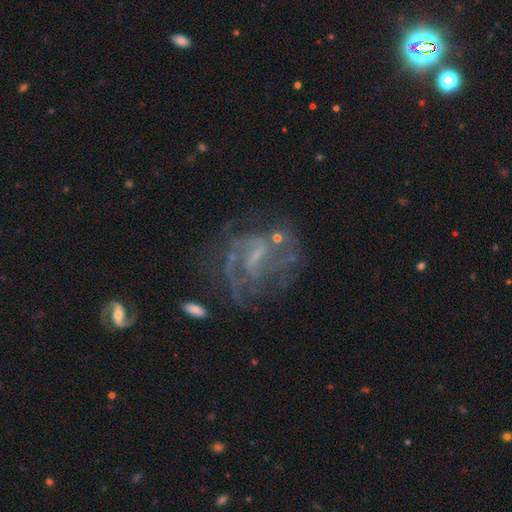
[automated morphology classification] Smooth or featured?
  - featured or disk: 77% *
  - star or artifact: 13%
  - smooth: 10%
Edge-on disk?
  - no: 97% *
  - yes: 3%
Bar?
  - weak: 48% *
  - strong: 27%
  - no: 25%
Spiral arms?
  - yes: 82% *
  - no: 18%
Spiral winding?
  - medium: 44% *
  - tight: 32%
  - loose: 24%
Spiral arm count?
  - can't tell: 36% *
  - 2: 33%
  - 3: 14%
  - 1: 7%
  - 4: 6%
  - more than 4: 4%
Bulge size?
  - small: 41% *
  - none: 40%
  - moderate: 16%
  - large: 2%
  - dominant: 1%
Merging?
  - none: 54% *
  - major disturbance: 22%
  - minor disturbance: 17%
  - merger: 6%